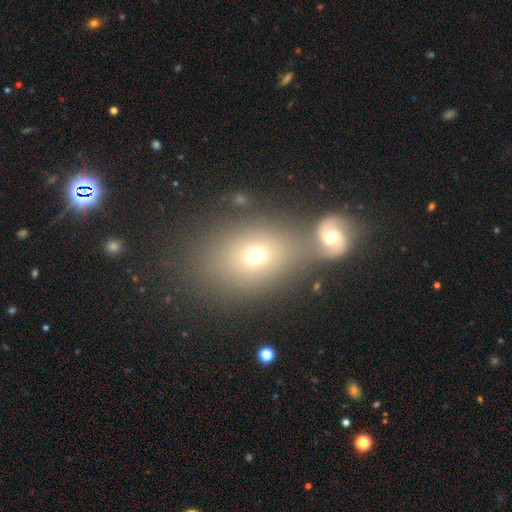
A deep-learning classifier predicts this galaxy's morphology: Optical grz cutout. It shows a smooth galaxy with no disk features (64%) that is in between round and cigar-shaped (52%). Merging: none (51%).